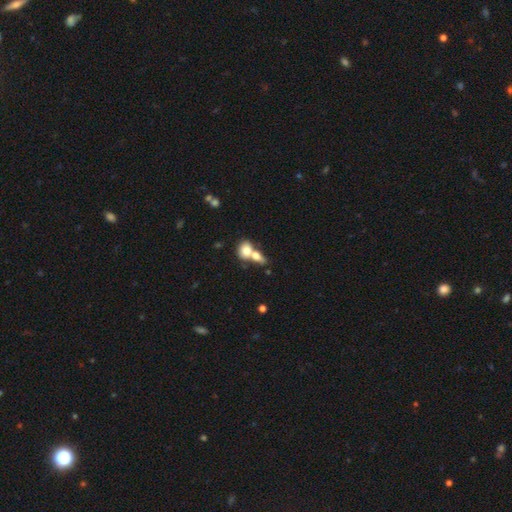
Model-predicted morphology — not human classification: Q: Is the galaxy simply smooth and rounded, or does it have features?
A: smooth — 73%.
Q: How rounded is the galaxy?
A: in between — 60%.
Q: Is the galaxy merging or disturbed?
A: merger — 70%.